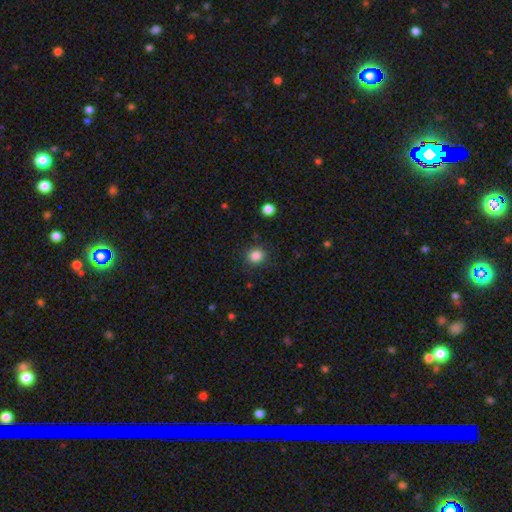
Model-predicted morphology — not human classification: This appears to be a smooth galaxy with no disk features (85%) that is round (82%). Merging: none (87%).